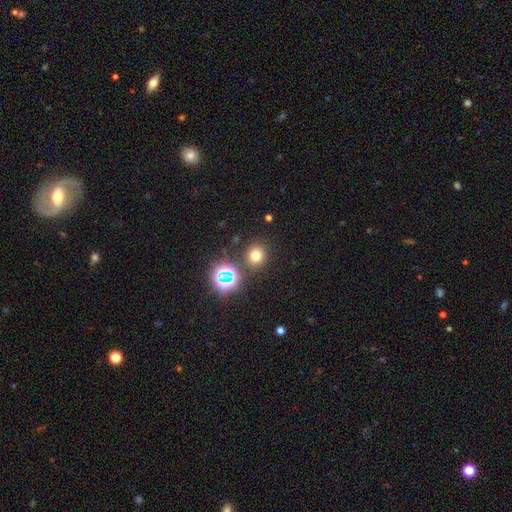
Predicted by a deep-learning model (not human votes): This is likely a smooth galaxy (68%). How rounded: clearly round (85%). Merging: clearly none (84%).